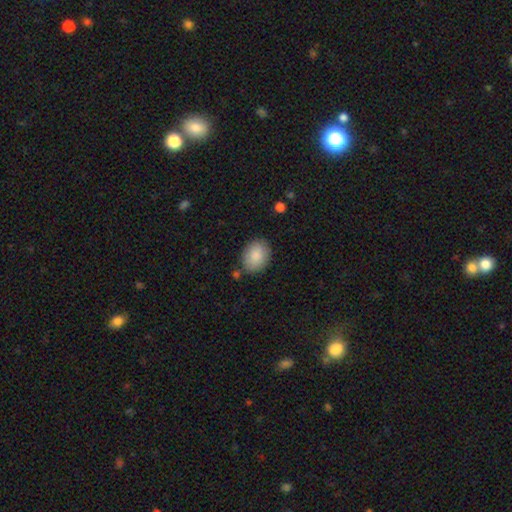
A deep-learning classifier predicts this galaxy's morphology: This is clearly a smooth galaxy (88%). How rounded: likely in between (67%). Merging: clearly none (80%).